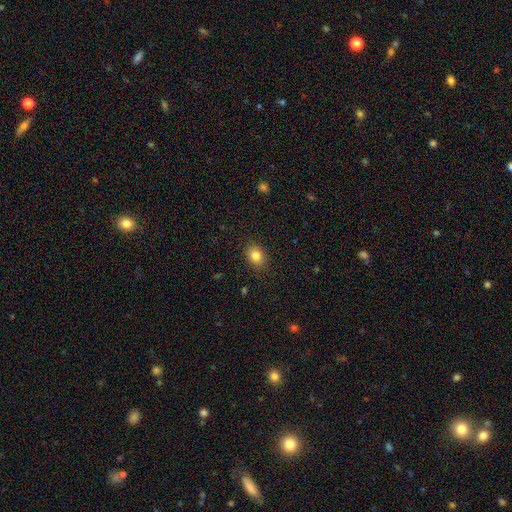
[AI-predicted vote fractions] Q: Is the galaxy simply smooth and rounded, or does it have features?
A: smooth — 84%.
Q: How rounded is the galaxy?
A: in between — 60%.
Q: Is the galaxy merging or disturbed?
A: none — 87%.